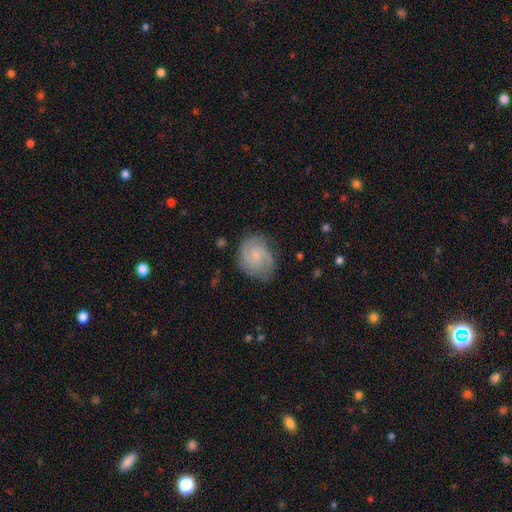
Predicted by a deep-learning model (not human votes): Overall: featured or disk (61%; smooth 32%). Edge-on disk: no (98%). Bar: no (64%; weak 32%). Spiral arms: yes (92%). Spiral arm count: 2 (53%; can't tell 20%). Spiral winding: medium (44%; tight 42%). Bulge size: small (56%; moderate 22%). Merging: none (72%).